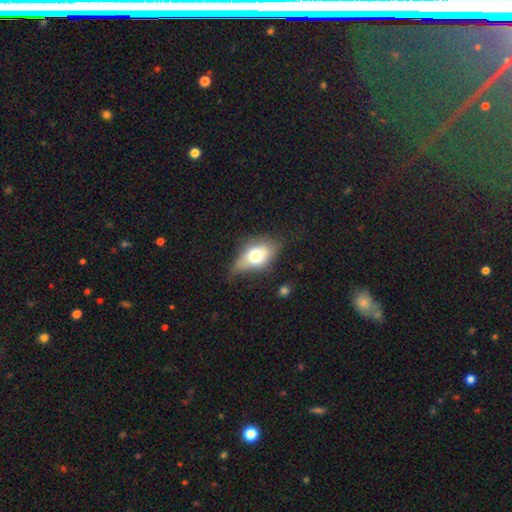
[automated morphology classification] A smooth galaxy with no disk features (65%) that is in between round and cigar-shaped (82%). Merging: none (50%).